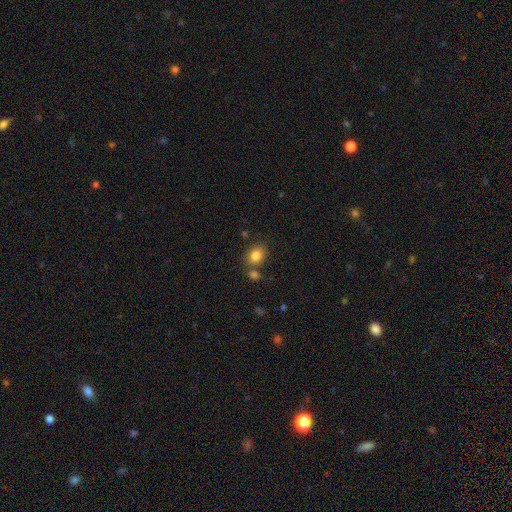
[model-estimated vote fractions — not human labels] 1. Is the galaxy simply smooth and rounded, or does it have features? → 83% smooth, 10% star or artifact, 6% featured or disk.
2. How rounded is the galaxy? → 54% in between, 45% round, 1% cigar-shaped.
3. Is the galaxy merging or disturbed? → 69% none, 15% merger, 12% minor disturbance, 4% major disturbance.